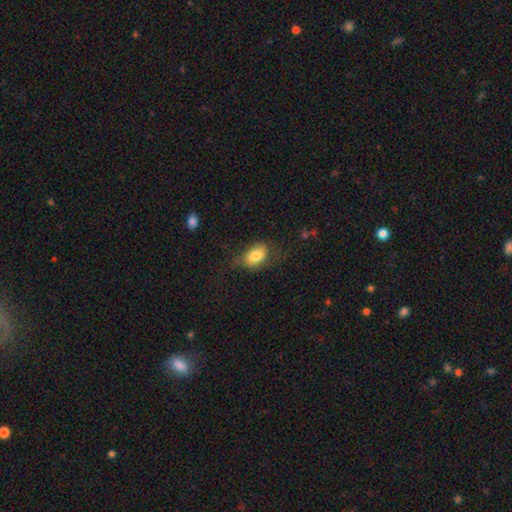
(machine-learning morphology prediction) Smooth or featured? Predicted: smooth (p=0.79). How rounded? Predicted: in between (p=0.85). Merging? Predicted: none (p=0.59).